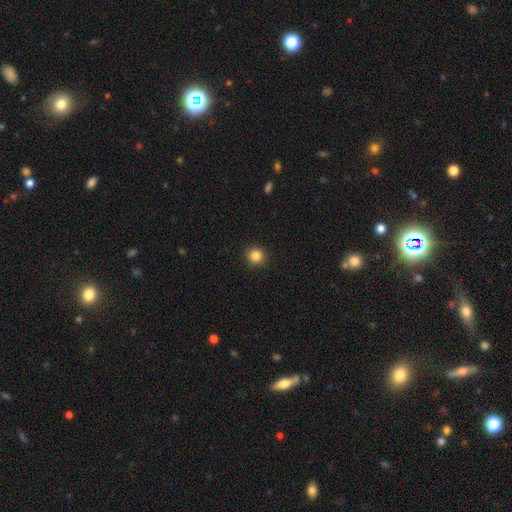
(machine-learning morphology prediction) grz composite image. It shows a smooth galaxy with no disk features (85%) that is round (91%). Merging: none (92%).